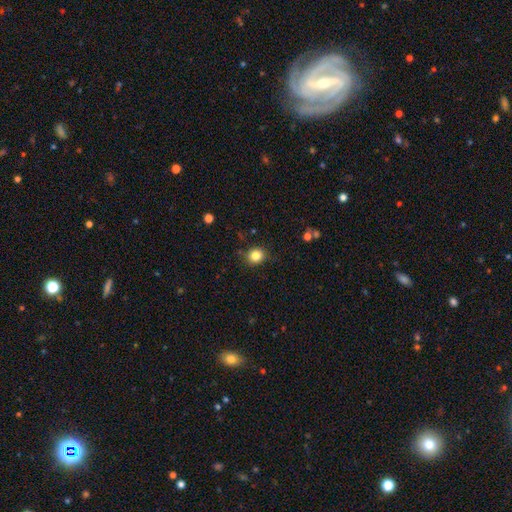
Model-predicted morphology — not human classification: smooth 83%, star or artifact 11%, featured or disk 5%. Down the decision tree: how rounded — round (78%); merging — none (86%).